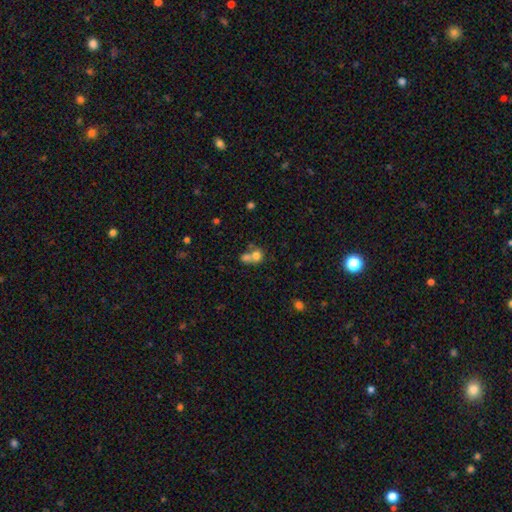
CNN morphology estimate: Overall: smooth (71%). How rounded: round (73%). Merging: merger (58%; none 31%).